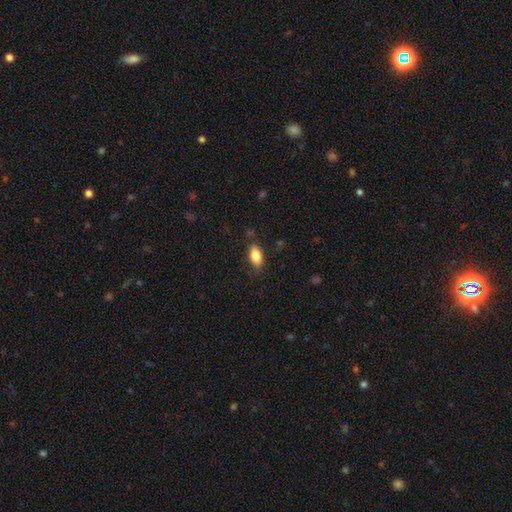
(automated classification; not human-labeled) A smooth galaxy with no disk features (83%) that is in between round and cigar-shaped (89%). Merging: none (79%).